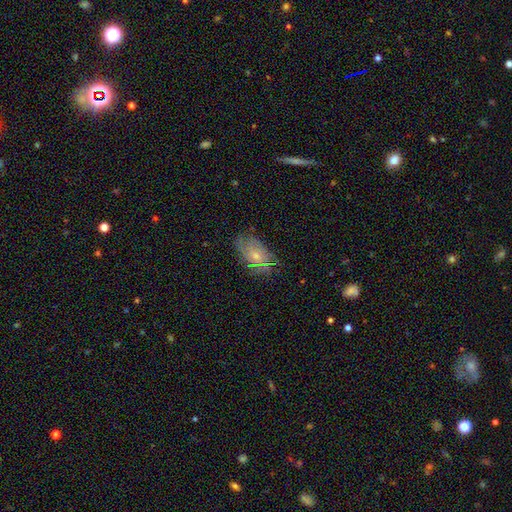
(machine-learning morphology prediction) This is possibly a featured or disk galaxy (47%). Merging: likely none (69%).